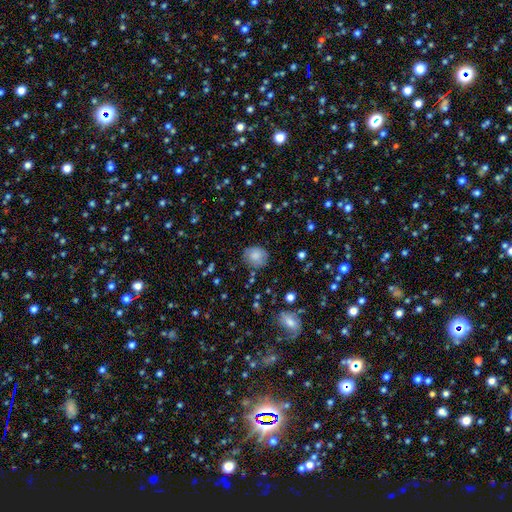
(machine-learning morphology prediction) type=smooth (79%); roundness=round (73%); merging=none (77%).